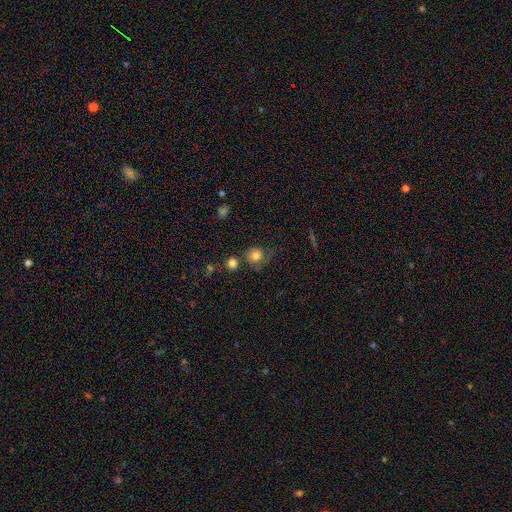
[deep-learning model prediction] This is likely a smooth galaxy (78%). How rounded: clearly round (86%). Merging: possibly none (54%).